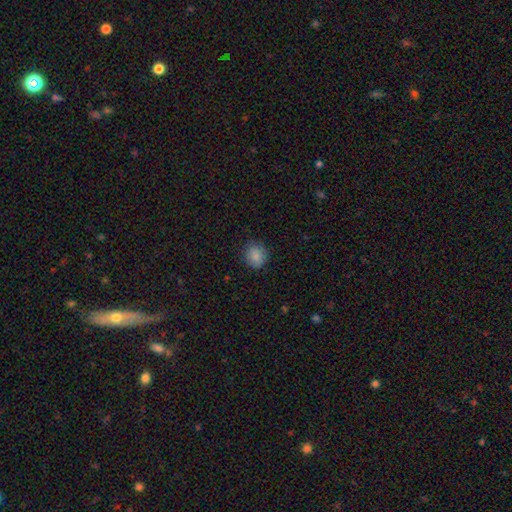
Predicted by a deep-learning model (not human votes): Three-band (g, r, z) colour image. It shows a smooth galaxy with no disk features (87%) that is round (76%). Merging: none (84%).